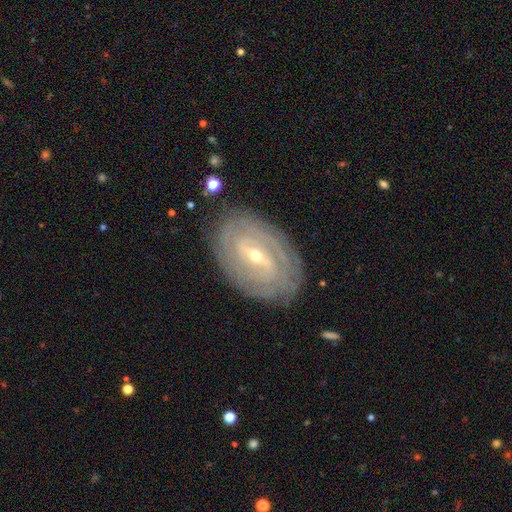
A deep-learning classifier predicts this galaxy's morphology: type=featured or disk (86%); edge-on=no (95%); bar=weak (44%); spiral arms=yes (93%); winding=tight (81%); arm count=can't tell (38%); bulge=small (62%); merging=none (82%).